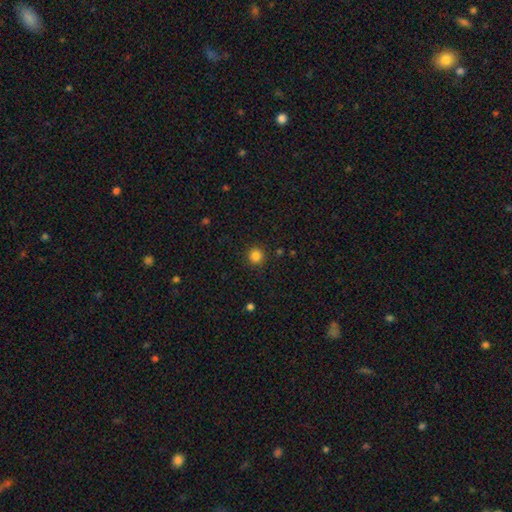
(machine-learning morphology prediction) smooth 84%, star or artifact 12%, featured or disk 4%. Down the decision tree: how rounded — round (94%); merging — none (92%).